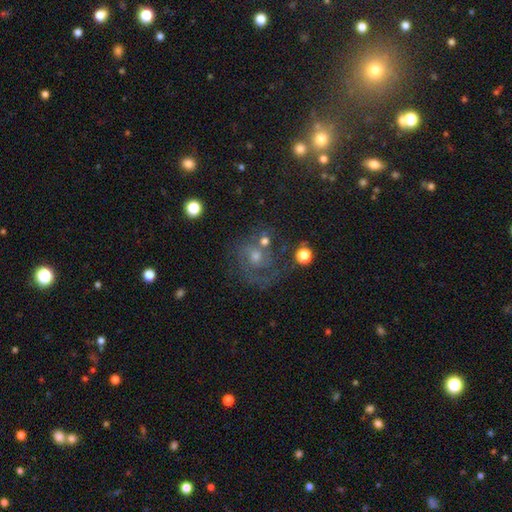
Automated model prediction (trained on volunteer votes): The model was most divided on "spiral winding": tight: 43%, medium: 42%, loose: 15%. Remaining: edge-on disk — no (97%); spiral arms — yes (84%); bar — no (74%); smooth or featured — featured or disk (63%); bulge size — moderate (55%); merging — none (51%); spiral arm count — 2 (43%).